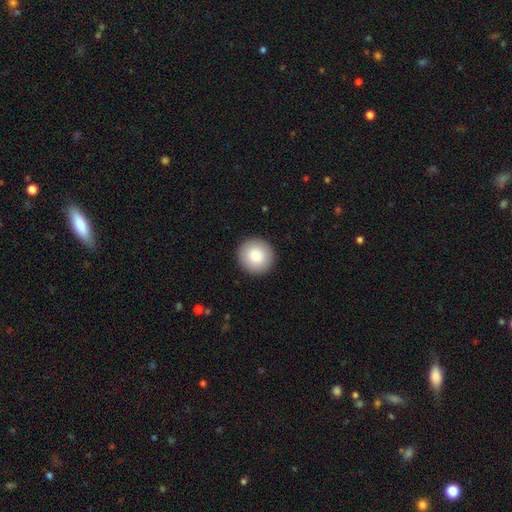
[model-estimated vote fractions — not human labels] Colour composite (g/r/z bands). It shows a smooth galaxy with no disk features (86%) that is round (95%). Merging: none (92%).